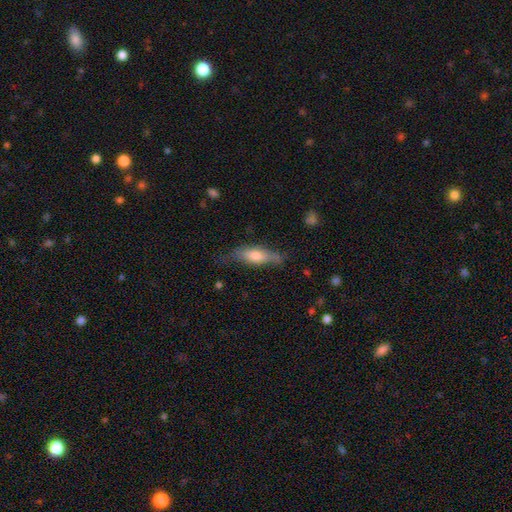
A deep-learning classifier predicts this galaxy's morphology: The model was most divided on "how rounded" (2-way tie): cigar-shaped: 49%, in between: 49%, round: 2%. More confident: merging — none (60%); smooth or featured — smooth (59%).